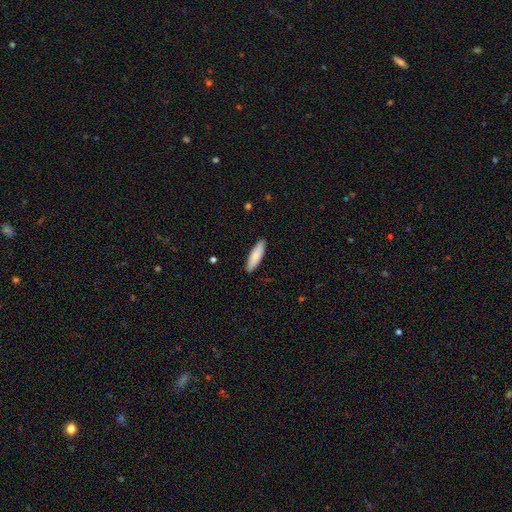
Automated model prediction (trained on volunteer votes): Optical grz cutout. It shows a smooth galaxy with no disk features (84%) that is cigar-shaped (56%). Merging: none (90%).